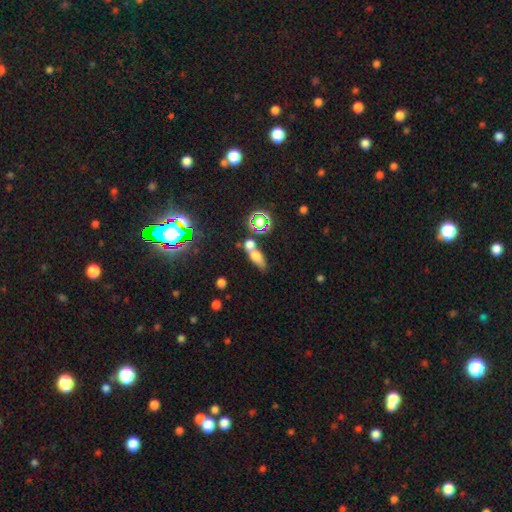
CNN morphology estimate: Smooth or featured?
  - smooth: 61% *
  - star or artifact: 22%
  - featured or disk: 17%
How rounded?
  - in between: 60% *
  - cigar-shaped: 23%
  - round: 17%
Merging?
  - none: 42% *
  - merger: 41%
  - minor disturbance: 11%
  - major disturbance: 6%